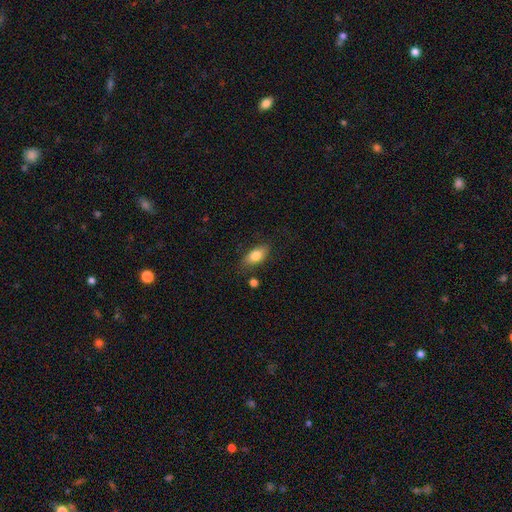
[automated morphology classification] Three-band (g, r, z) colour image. It shows a smooth galaxy with no disk features (80%) that is in between round and cigar-shaped (87%). Merging: none (77%).